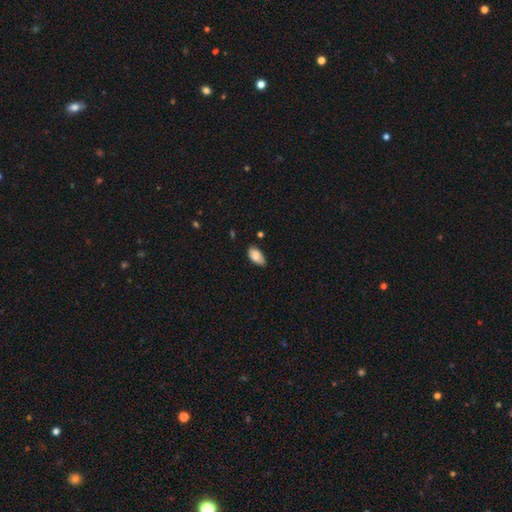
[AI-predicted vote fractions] The model was most divided on "merging": none: 61%, minor disturbance: 32%, major disturbance: 5%, merger: 2%. More confident: how rounded — in between (93%); smooth or featured — smooth (82%).